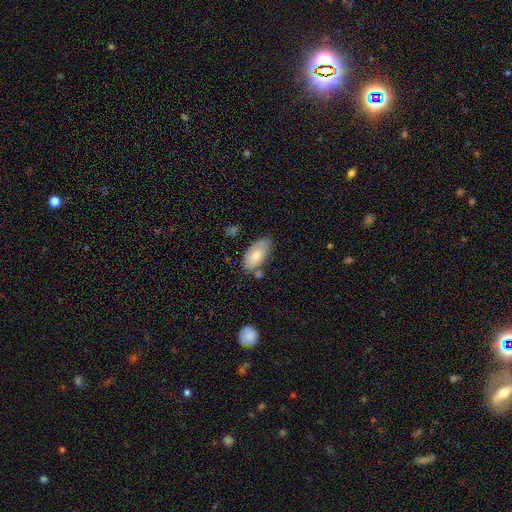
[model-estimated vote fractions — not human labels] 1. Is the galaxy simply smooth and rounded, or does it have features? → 76% smooth, 18% featured or disk, 6% star or artifact.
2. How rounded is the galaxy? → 93% in between, 5% cigar-shaped, 2% round.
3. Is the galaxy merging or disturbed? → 67% none, 21% minor disturbance, 8% merger, 4% major disturbance.